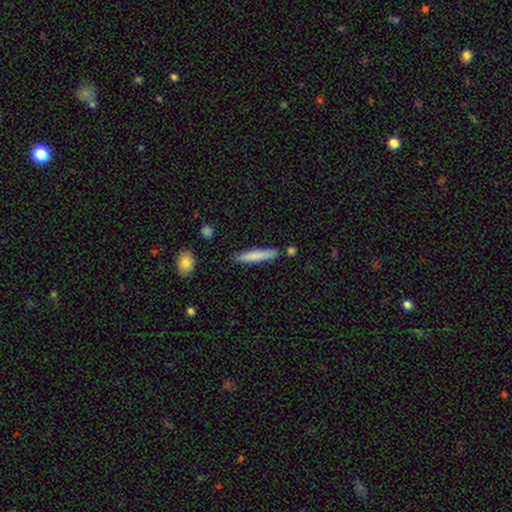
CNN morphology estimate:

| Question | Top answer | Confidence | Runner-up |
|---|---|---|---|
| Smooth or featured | smooth | 78% | featured or disk (16%) |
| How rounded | cigar-shaped | 93% | in between (6%) |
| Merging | none | 85% | minor disturbance (9%) |